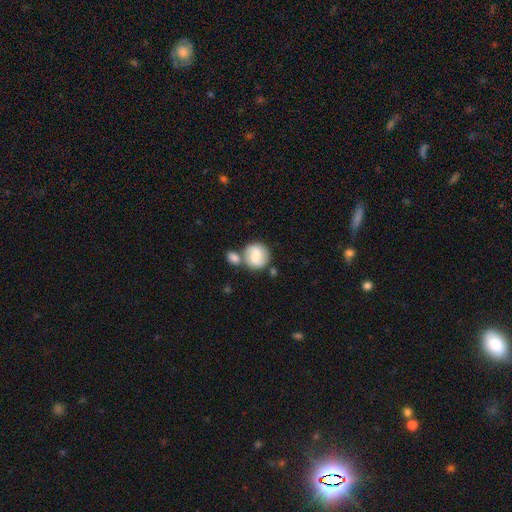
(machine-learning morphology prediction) Smooth or featured?
  - smooth: 52% *
  - featured or disk: 41%
  - star or artifact: 7%
How rounded?
  - round: 80% *
  - in between: 19%
  - cigar-shaped: 1%
Merging?
  - none: 48% *
  - merger: 34%
  - minor disturbance: 13%
  - major disturbance: 5%